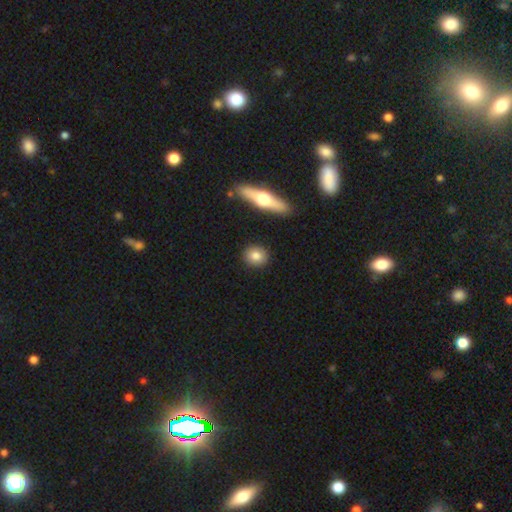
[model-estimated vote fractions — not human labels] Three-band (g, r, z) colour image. It shows a smooth galaxy with no disk features (81%) that is round (79%). Merging: none (90%).